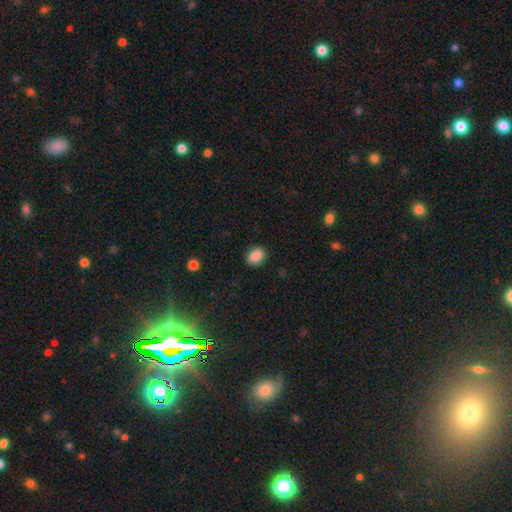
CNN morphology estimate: Overall: smooth (88%). How rounded: in between (73%). Merging: none (89%).